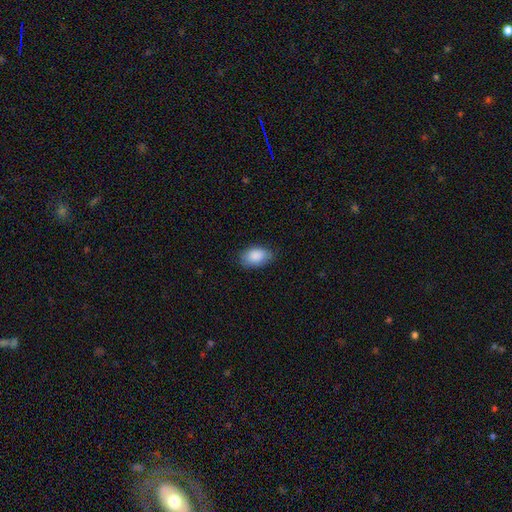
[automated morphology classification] type=smooth (88%); roundness=in between (91%); merging=none (76%).